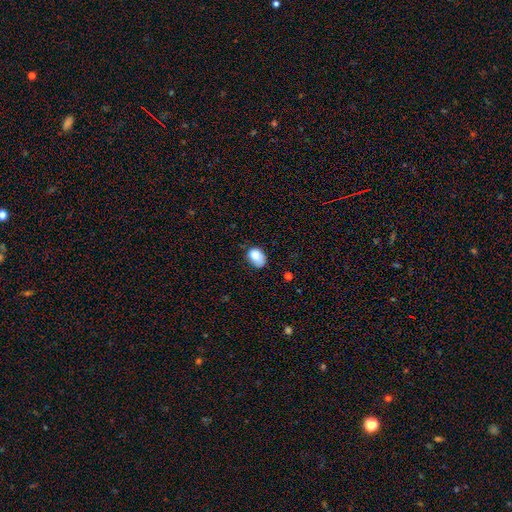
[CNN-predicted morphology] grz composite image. It shows a smooth galaxy with no disk features (82%) that is in between round and cigar-shaped (73%). Merging: none (50%).